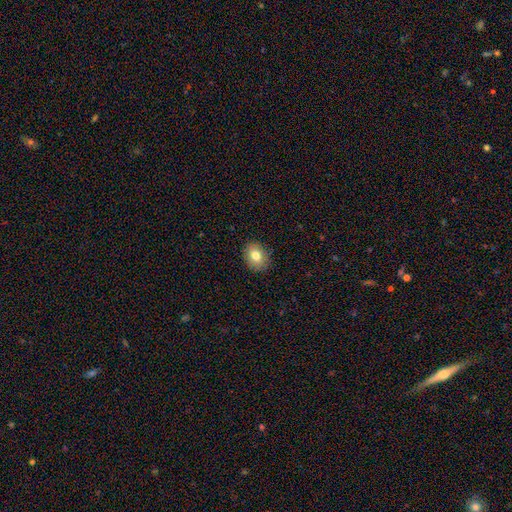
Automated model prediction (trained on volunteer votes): Smooth or featured? Predicted: smooth (p=0.79). How rounded? Predicted: in between (p=0.62). Merging? Predicted: none (p=0.89).